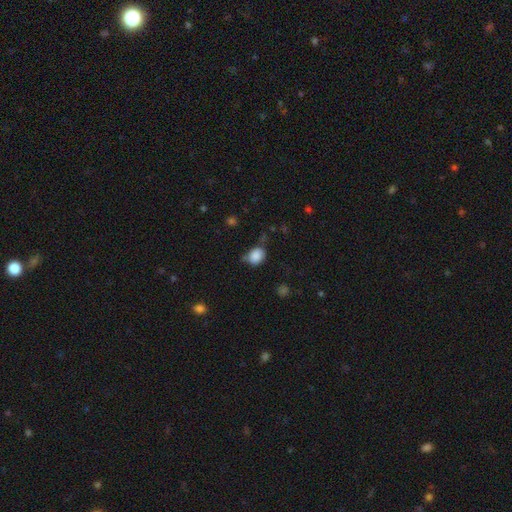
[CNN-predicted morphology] smooth 85%, star or artifact 9%, featured or disk 5%. Down the decision tree: how rounded — round (54%); merging — none (59%).